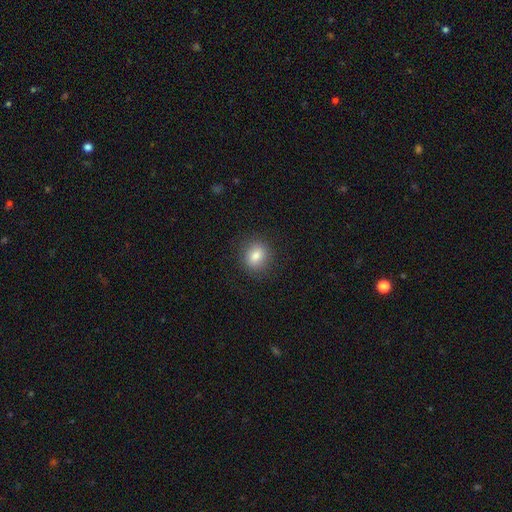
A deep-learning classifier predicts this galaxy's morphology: Q: Smooth or featured?
A: smooth (82%); runner-up: star or artifact (10%)
Q: How rounded?
A: round (72%); runner-up: in between (27%)
Q: Merging?
A: none (87%); runner-up: minor disturbance (9%)